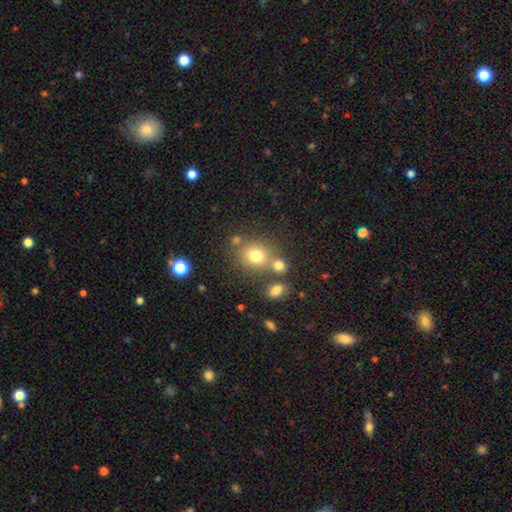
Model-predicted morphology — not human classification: A smooth galaxy with no disk features (74%) that is round (80%). Merging: none (65%).